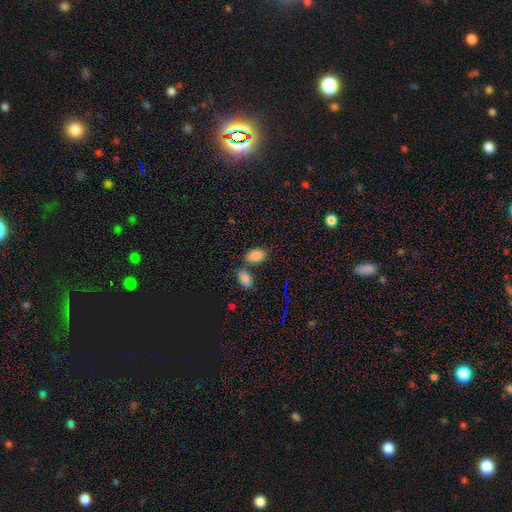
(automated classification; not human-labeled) Morphology: type=smooth (84%); roundness=in between (90%); merging=none (65%).